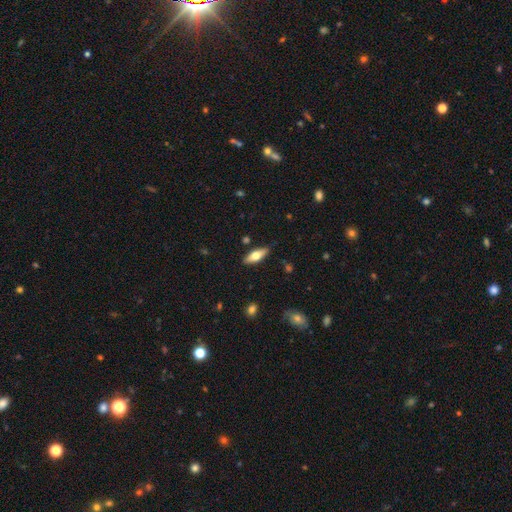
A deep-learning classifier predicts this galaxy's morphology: Overall: smooth (62%; featured or disk 32%). How rounded: in between (66%; cigar-shaped 32%). Merging: none (86%).